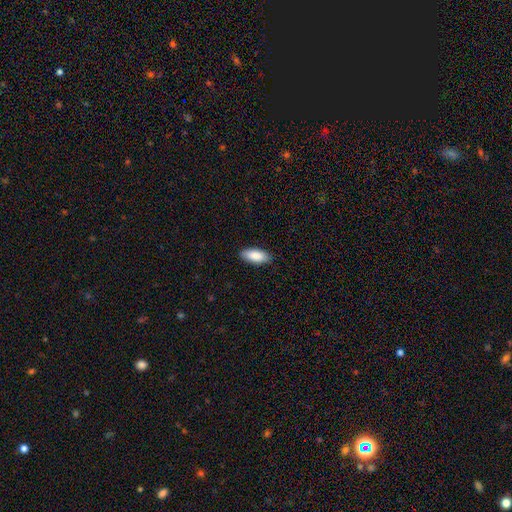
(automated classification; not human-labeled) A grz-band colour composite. It shows a smooth galaxy with no disk features (88%) that is in between round and cigar-shaped (85%). Merging: none (89%).